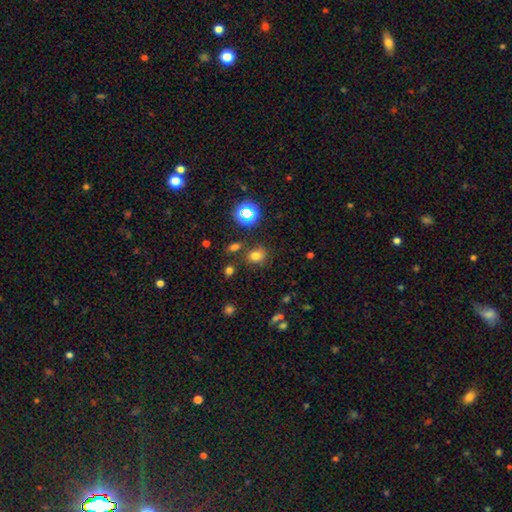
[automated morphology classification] A smooth galaxy with no disk features (70%) that is round (64%). Merging: none (75%).